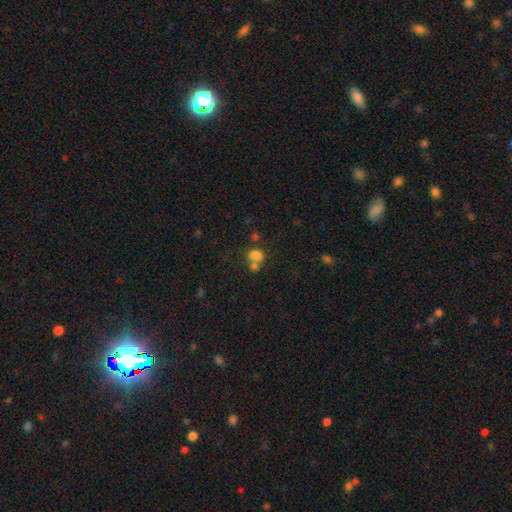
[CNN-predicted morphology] This is likely a smooth galaxy (75%). How rounded: possibly in between (52%). Merging: possibly merger (49%).